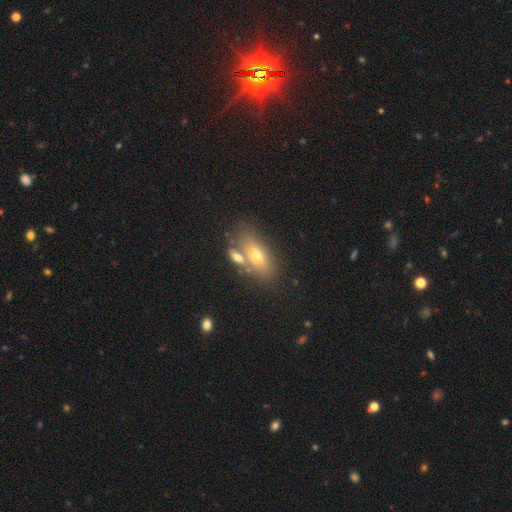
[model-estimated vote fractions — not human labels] This is likely a smooth galaxy (63%). How rounded: clearly in between (81%). Merging: possibly none (55%).